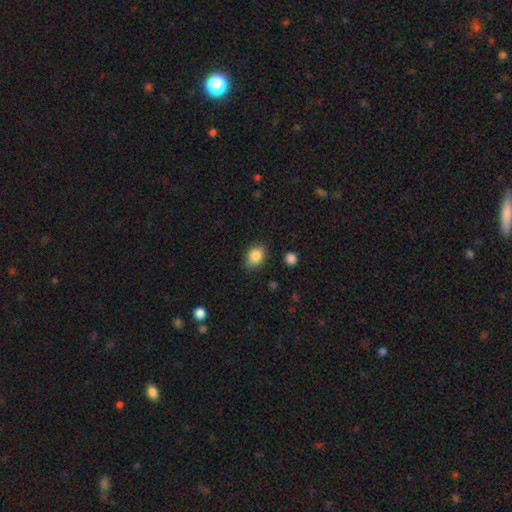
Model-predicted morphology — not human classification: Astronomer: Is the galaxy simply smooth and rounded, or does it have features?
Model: smooth — 85%.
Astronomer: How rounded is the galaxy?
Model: in between — 74%.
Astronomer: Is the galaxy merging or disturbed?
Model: none — 81%.